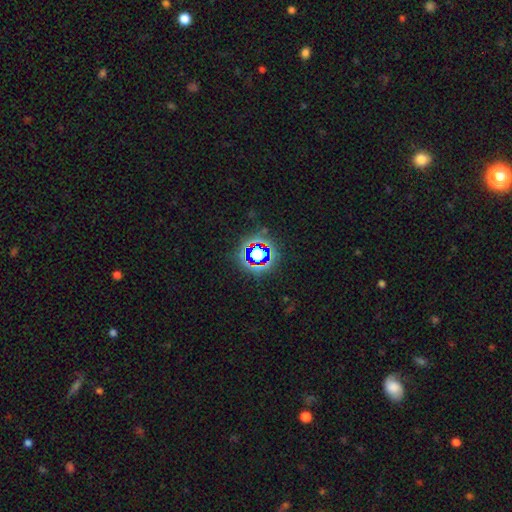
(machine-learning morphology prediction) star or artifact 70%, smooth 19%, featured or disk 11%.